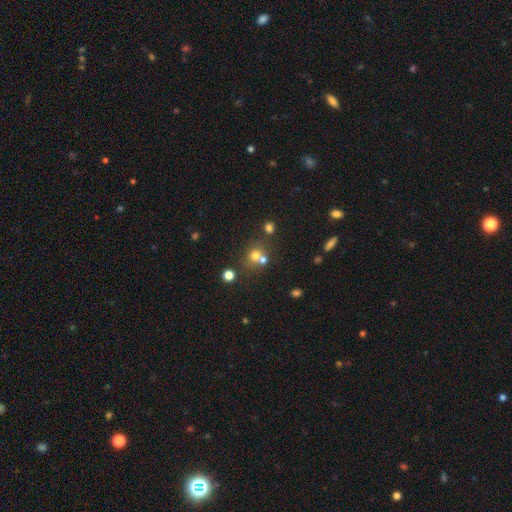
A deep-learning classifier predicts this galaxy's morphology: smooth_or_featured: smooth (p=0.66) [alt: star or artifact p=0.21]
how_rounded: round (p=0.81) [alt: in between p=0.18]
merging: none (p=0.51) [alt: merger p=0.37]